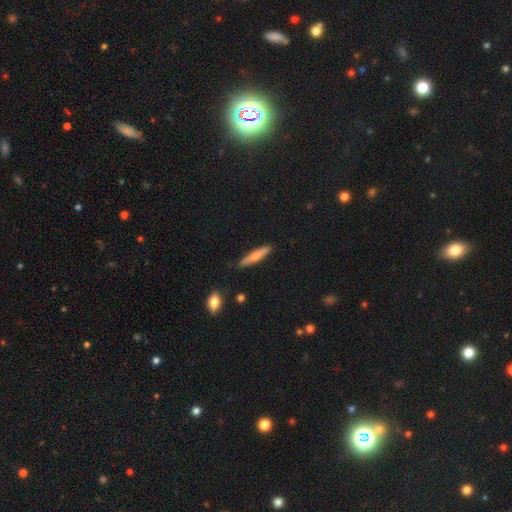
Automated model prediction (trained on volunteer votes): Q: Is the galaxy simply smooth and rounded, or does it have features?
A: smooth — 68%.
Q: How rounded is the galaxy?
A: cigar-shaped — 90%.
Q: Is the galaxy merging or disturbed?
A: none — 86%.